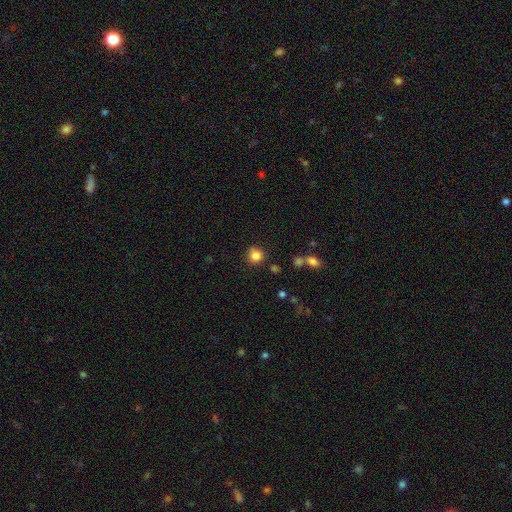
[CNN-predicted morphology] Smooth or featured?
  - smooth: 84% *
  - star or artifact: 11%
  - featured or disk: 5%
How rounded?
  - round: 89% *
  - in between: 10%
  - cigar-shaped: 1%
Merging?
  - none: 79% *
  - minor disturbance: 13%
  - merger: 5%
  - major disturbance: 3%